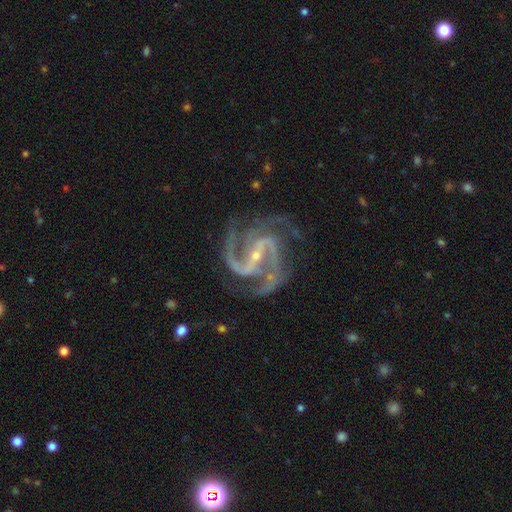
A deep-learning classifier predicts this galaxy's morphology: A featured or disk galaxy (94%) with a strong bar (55%), 2 (57%) medium (64%) spiral arms (99%) and a small central bulge (79%).

Vote fractions:
- Smooth or featured? featured or disk: 94% / star or artifact: 5% / smooth: 2%
- Edge-on disk? no: 98% / yes: 2%
- Bar? strong: 55% / weak: 29% / no: 15%
- Spiral arms? yes: 99% / no: 1%
- Spiral winding? medium: 64% / tight: 24% / loose: 12%
- Spiral arm count? 2: 57% / 3: 26% / 4: 5% / can't tell: 4% / more than 4: 4% / 1: 4%
- Bulge size? small: 79% / moderate: 17% / none: 2% / large: 1% / dominant: 1%
- Merging? none: 71% / minor disturbance: 17% / major disturbance: 9% / merger: 2%